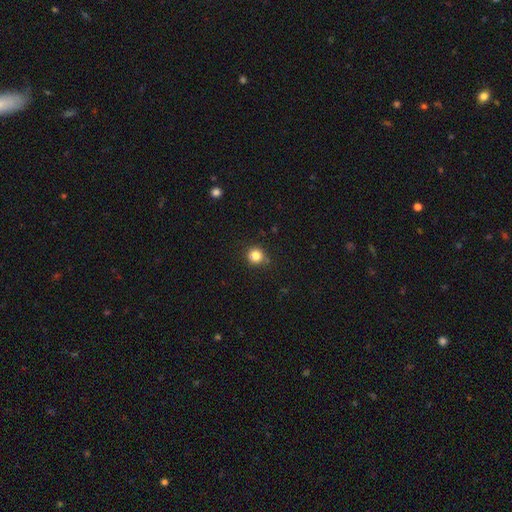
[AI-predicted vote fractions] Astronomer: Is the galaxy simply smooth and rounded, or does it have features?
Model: smooth — 82%.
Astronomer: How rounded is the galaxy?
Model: round — 92%.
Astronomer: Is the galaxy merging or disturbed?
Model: none — 85%.